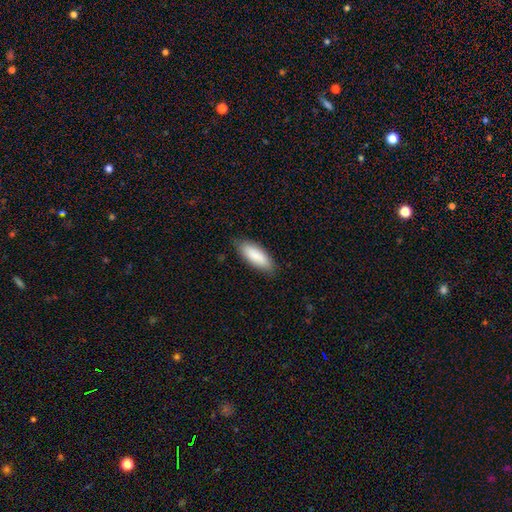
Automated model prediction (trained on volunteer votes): The model was most divided on "how rounded": in between: 69%, cigar-shaped: 29%, round: 2%. More confident: smooth or featured — smooth (87%); merging — none (83%).